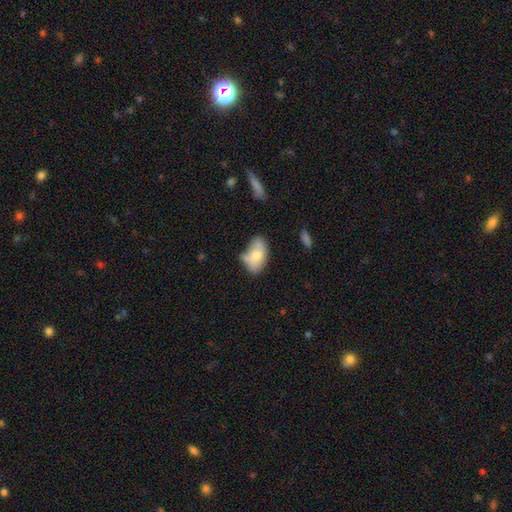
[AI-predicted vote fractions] smooth 69%, featured or disk 24%, star or artifact 7%. Down the decision tree: how rounded — in between (91%); merging — none (42%).